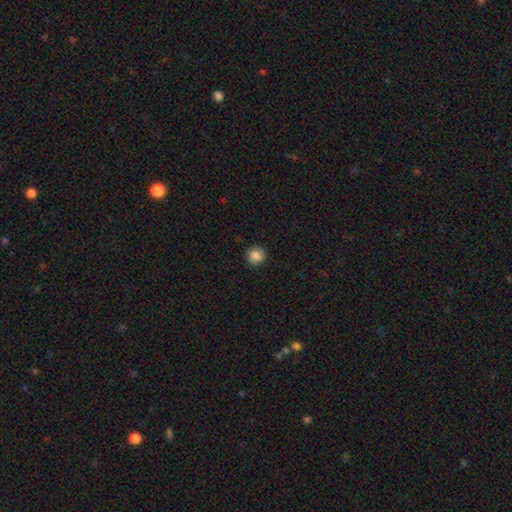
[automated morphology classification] This is clearly a smooth galaxy (85%). How rounded: clearly round (89%). Merging: clearly none (88%).